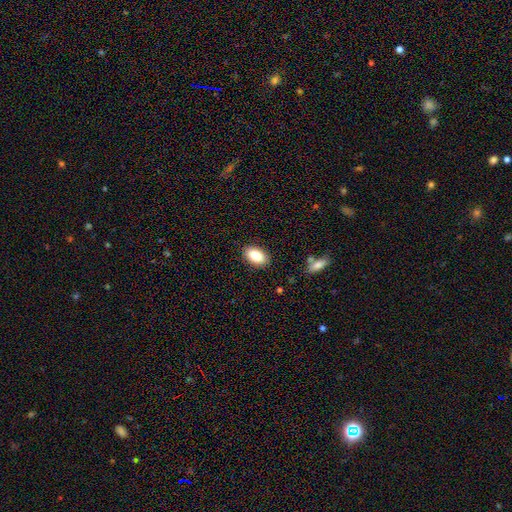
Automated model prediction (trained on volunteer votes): This is clearly a smooth galaxy (85%). How rounded: clearly in between (92%). Merging: clearly none (87%).